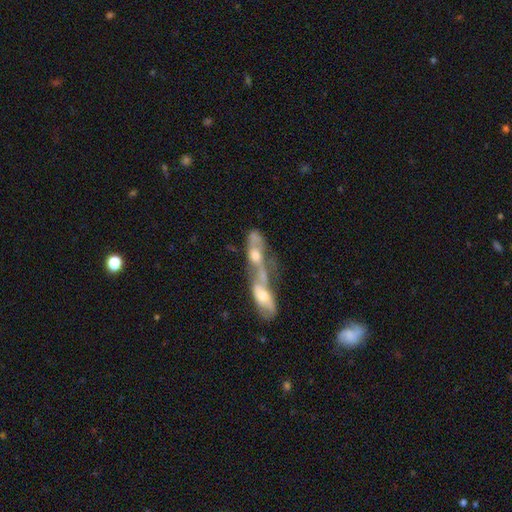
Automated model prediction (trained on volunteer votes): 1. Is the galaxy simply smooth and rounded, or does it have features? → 62% featured or disk, 28% smooth, 9% star or artifact.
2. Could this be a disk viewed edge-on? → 76% no, 24% yes.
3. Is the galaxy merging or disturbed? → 78% merger, 10% none, 6% major disturbance, 5% minor disturbance.